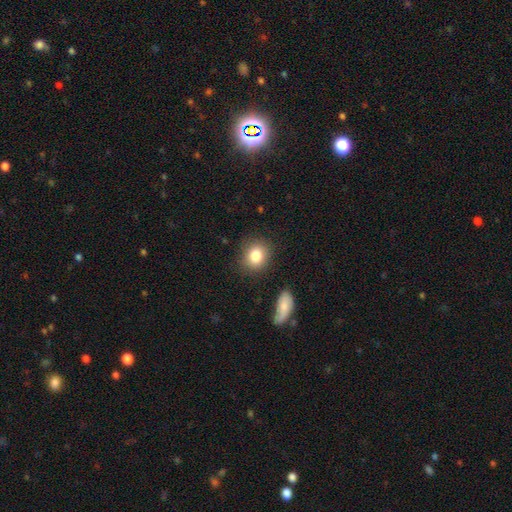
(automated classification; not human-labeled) This is clearly a smooth galaxy (83%). How rounded: likely round (61%). Merging: clearly none (83%).